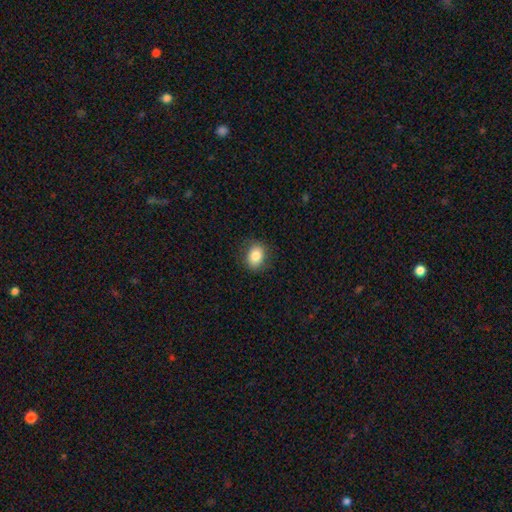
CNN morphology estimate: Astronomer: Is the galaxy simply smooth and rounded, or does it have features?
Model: smooth — 83%.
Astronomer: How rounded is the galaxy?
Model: in between — 55% (runner-up: round, 44%).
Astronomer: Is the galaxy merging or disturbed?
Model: none — 84%.